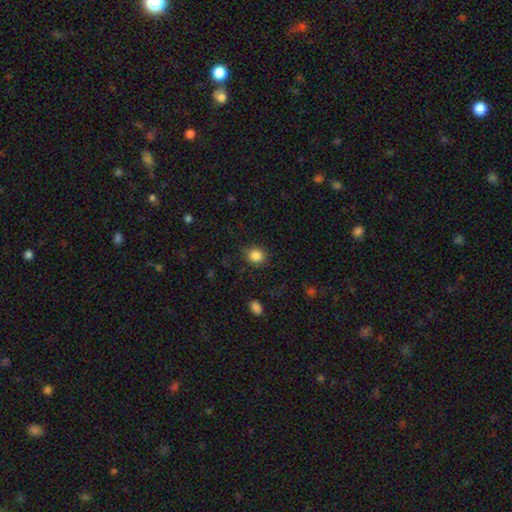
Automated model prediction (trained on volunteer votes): This appears to be a smooth galaxy with no disk features (86%) that is round (74%). Merging: none (84%).